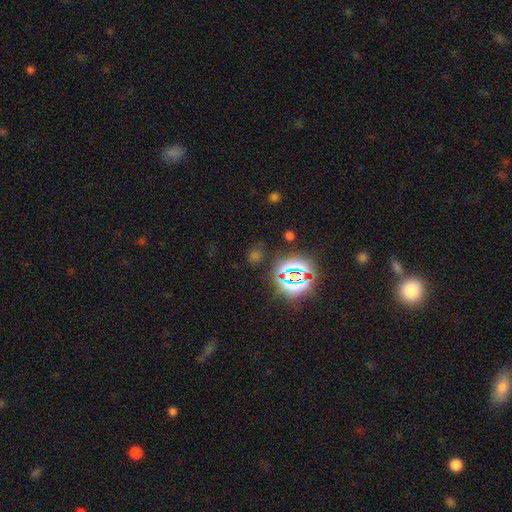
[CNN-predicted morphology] smooth_or_featured: star or artifact (p=0.61) [alt: smooth p=0.31]